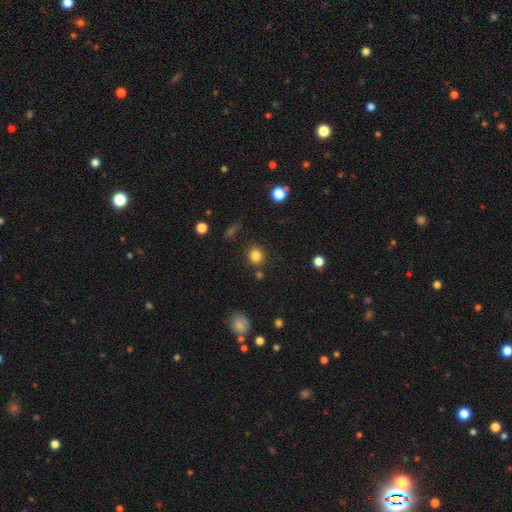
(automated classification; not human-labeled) smooth-or-featured: smooth: 83% | star or artifact: 12% | featured or disk: 5%
  how-rounded: round: 83% | in between: 16% | cigar-shaped: 1%
  merging: none: 83% | minor disturbance: 9% | merger: 5% | major disturbance: 3%